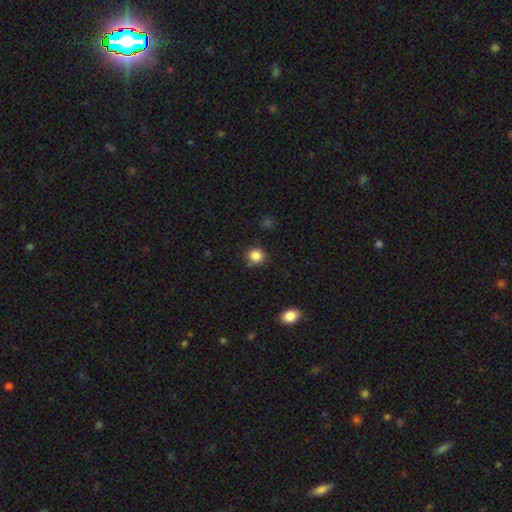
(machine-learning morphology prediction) The model was most divided on "merging": none: 80%, minor disturbance: 13%, merger: 4%, major disturbance: 3%. More confident: how rounded — round (85%); smooth or featured — smooth (85%).